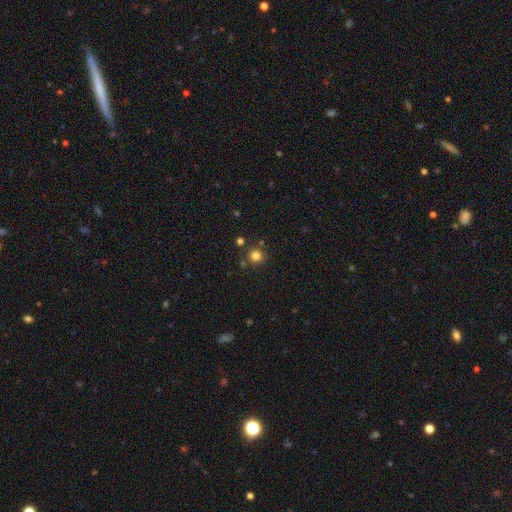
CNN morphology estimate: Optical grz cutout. It shows a smooth galaxy with no disk features (80%) that is round (95%). Merging: none (85%).